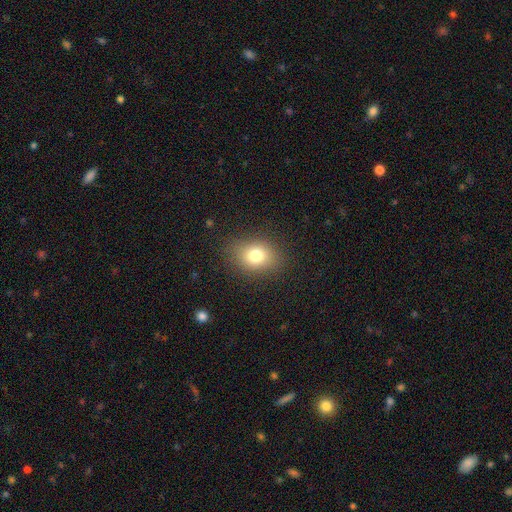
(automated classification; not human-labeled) smooth_or_featured: smooth (p=0.77) [alt: star or artifact p=0.13]
how_rounded: in between (p=0.60) [alt: round p=0.39]
merging: none (p=0.84) [alt: minor disturbance p=0.11]